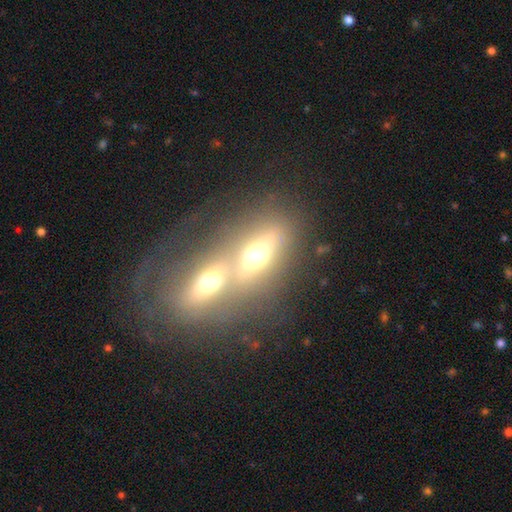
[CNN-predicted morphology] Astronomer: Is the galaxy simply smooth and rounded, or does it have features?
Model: featured or disk — 53% (runner-up: smooth, 38%).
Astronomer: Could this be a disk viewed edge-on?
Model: yes — 54% (runner-up: no, 46%).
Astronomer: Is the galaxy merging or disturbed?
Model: merger — 74%.